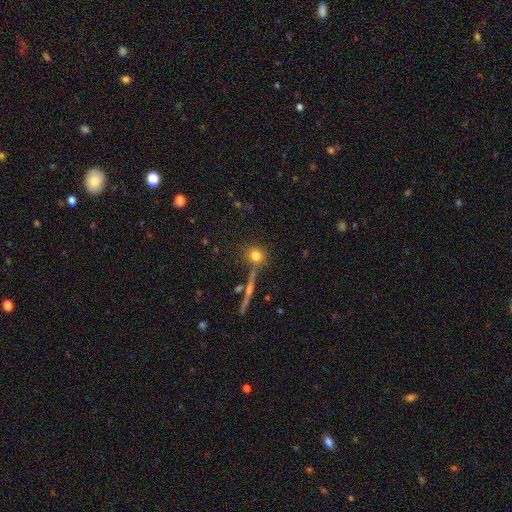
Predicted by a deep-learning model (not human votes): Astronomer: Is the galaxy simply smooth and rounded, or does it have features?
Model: smooth — 75%.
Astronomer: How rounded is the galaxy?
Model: round — 90%.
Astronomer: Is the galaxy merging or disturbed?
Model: none — 74%.